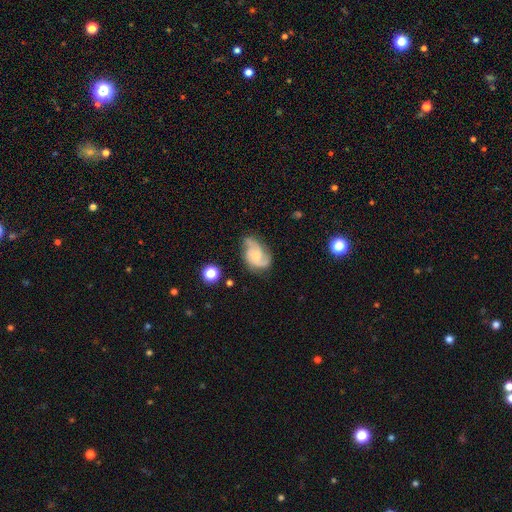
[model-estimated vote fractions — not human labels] Overall: featured or disk (78%). Edge-on disk: no (98%). Bar: no (66%; weak 30%). Spiral arms: yes (96%). Spiral arm count: 2 (46%; 3 36%). Spiral winding: medium (51%; tight 27%). Bulge size: small (53%; moderate 33%). Merging: none (59%; minor disturbance 27%).